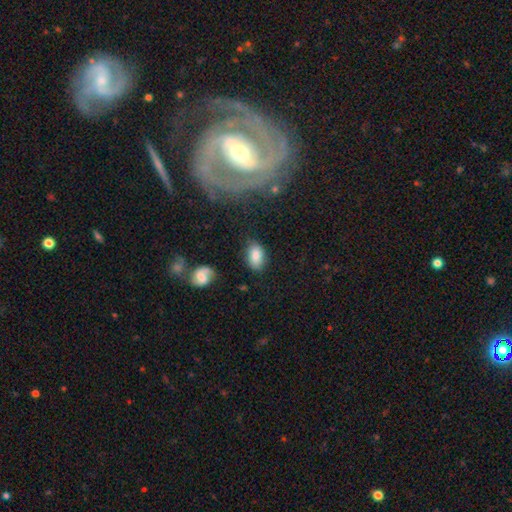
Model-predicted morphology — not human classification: Smooth or featured? smooth (82%)
How rounded? in between (90%)
Merging? none (76%)